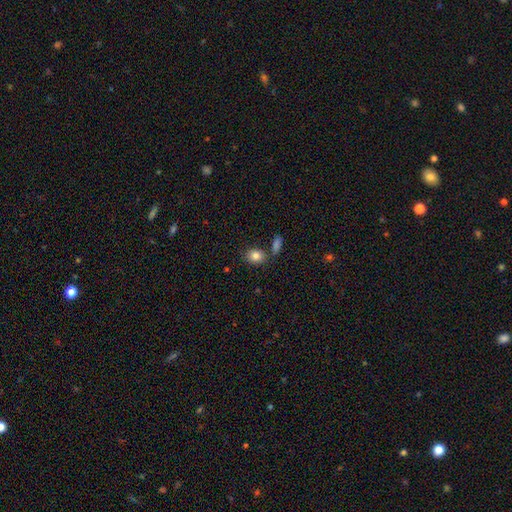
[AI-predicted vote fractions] Overall: smooth (84%). How rounded: in between (63%; round 35%). Merging: none (73%).